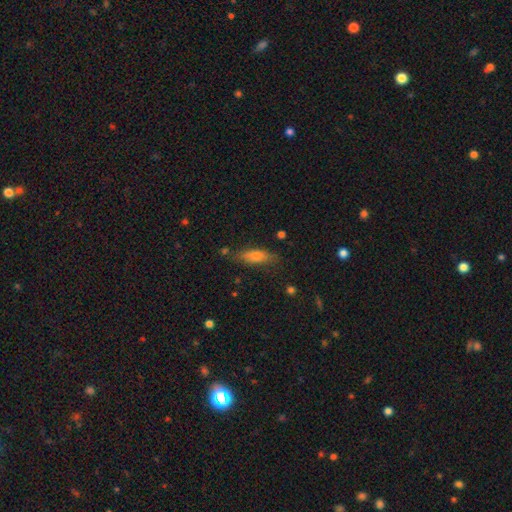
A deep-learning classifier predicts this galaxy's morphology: Q: Smooth or featured?
A: smooth (63%); runner-up: featured or disk (27%)
Q: How rounded?
A: cigar-shaped (54%); runner-up: in between (43%)
Q: Merging?
A: none (77%); runner-up: minor disturbance (15%)